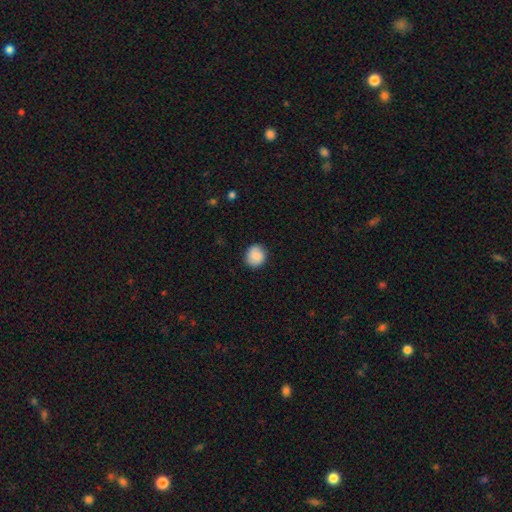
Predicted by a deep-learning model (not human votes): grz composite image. It shows a smooth galaxy with no disk features (83%) that is round (84%). Merging: none (86%).